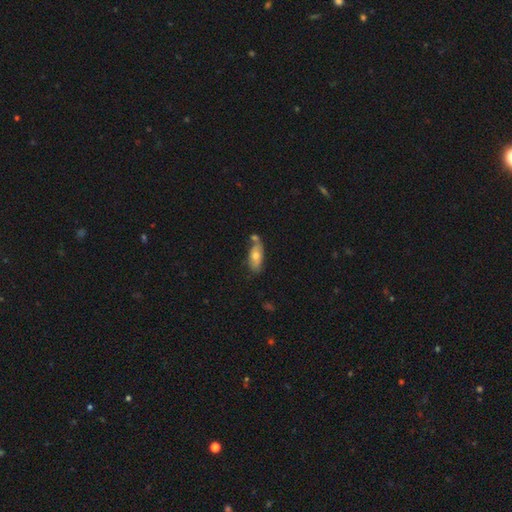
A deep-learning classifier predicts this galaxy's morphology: Smooth or featured?
  - smooth: 61% *
  - featured or disk: 33%
  - star or artifact: 7%
How rounded?
  - in between: 80% *
  - cigar-shaped: 16%
  - round: 4%
Merging?
  - none: 53% *
  - merger: 22%
  - minor disturbance: 19%
  - major disturbance: 5%